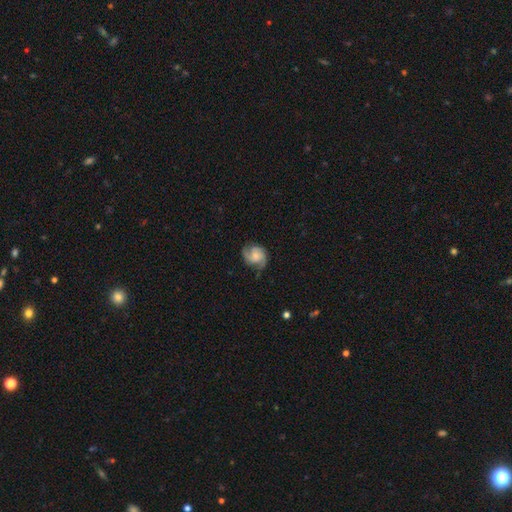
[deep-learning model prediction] Overall: featured or disk (70%). Edge-on disk: no (98%). Bar: no (62%; weak 32%). Spiral arms: yes (94%). Spiral arm count: 2 (63%). Spiral winding: medium (47%; tight 32%). Bulge size: small (36%; moderate 29%). Merging: none (65%).